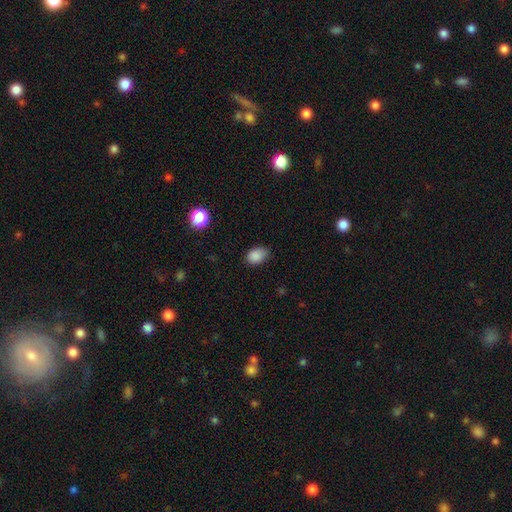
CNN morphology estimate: smooth_or_featured: smooth (p=0.87) [alt: star or artifact p=0.10]
how_rounded: in between (p=0.78) [alt: round p=0.21]
merging: none (p=0.70) [alt: minor disturbance p=0.25]